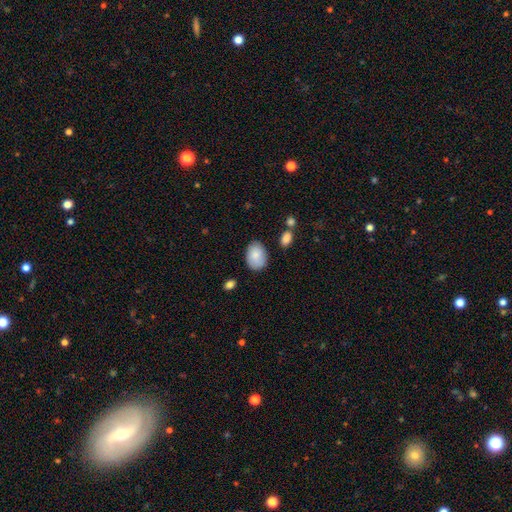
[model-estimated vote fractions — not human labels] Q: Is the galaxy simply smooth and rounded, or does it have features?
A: smooth — 84%.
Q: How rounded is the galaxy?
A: in between — 81%.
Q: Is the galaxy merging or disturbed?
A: none — 77%.